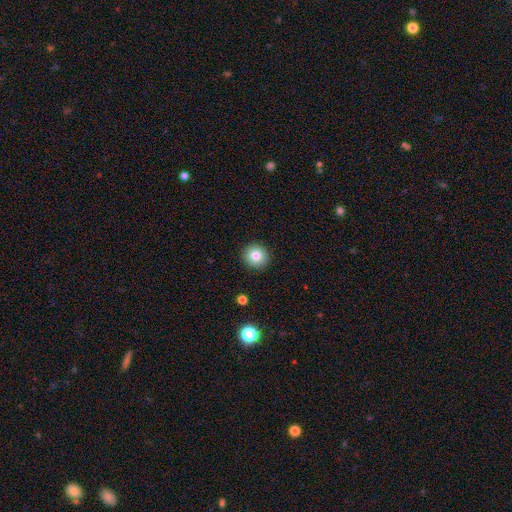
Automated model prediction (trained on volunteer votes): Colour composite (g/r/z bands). It shows a smooth galaxy with no disk features (80%) that is round (94%). Merging: none (92%).